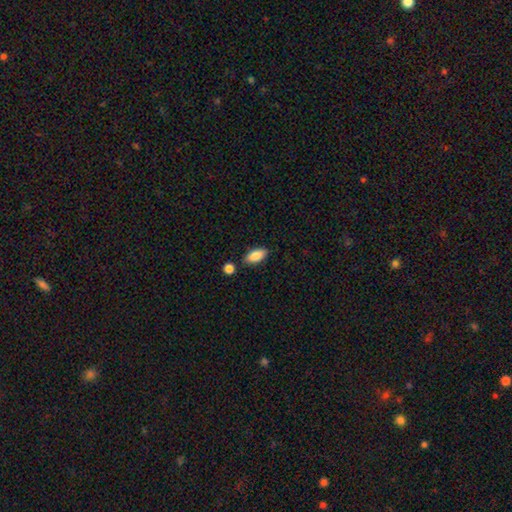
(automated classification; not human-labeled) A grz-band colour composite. It shows a smooth galaxy with no disk features (87%) that is in between round and cigar-shaped (88%). Merging: none (81%).